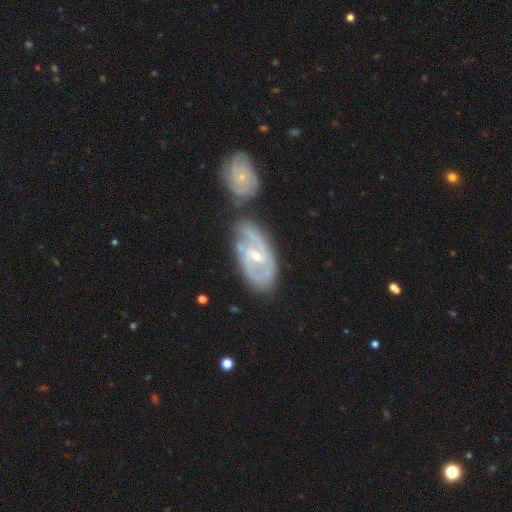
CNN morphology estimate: smooth_or_featured: featured or disk (p=0.85) [alt: smooth p=0.10]
disk_edge_on: no (p=0.95) [alt: yes p=0.05]
bar: weak (p=0.52) [alt: no p=0.29]
has_spiral_arms: yes (p=0.94) [alt: no p=0.06]
spiral_winding: medium (p=0.45) [alt: tight p=0.41]
spiral_arm_count: 2 (p=0.65) [alt: can't tell p=0.16]
bulge_size: small (p=0.58) [alt: moderate p=0.38]
merging: none (p=0.53) [alt: merger p=0.23]